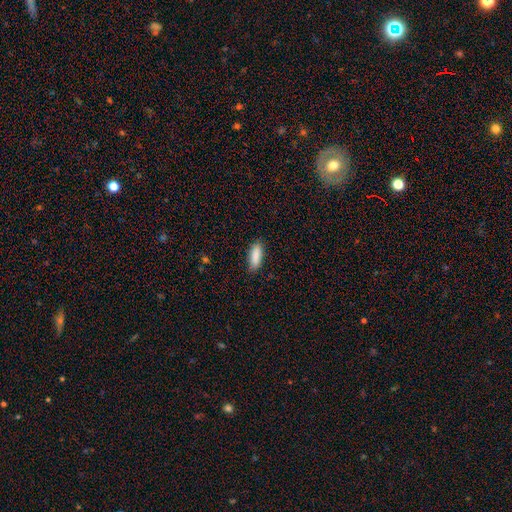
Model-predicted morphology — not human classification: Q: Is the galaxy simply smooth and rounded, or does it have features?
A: smooth — 89%.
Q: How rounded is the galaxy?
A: in between — 61%.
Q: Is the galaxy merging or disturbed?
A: none — 86%.